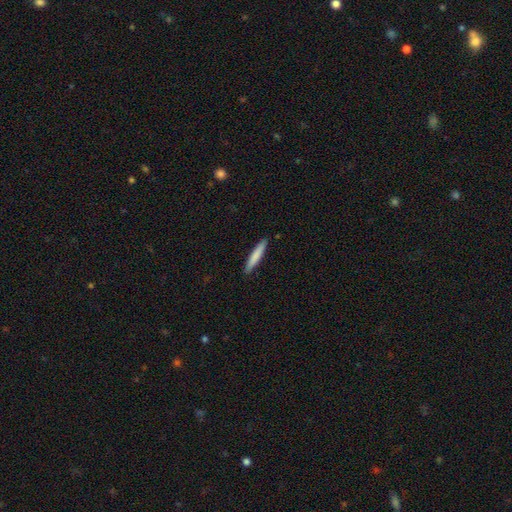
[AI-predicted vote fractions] This is likely a smooth galaxy (79%). How rounded: clearly cigar-shaped (94%). Merging: clearly none (91%).